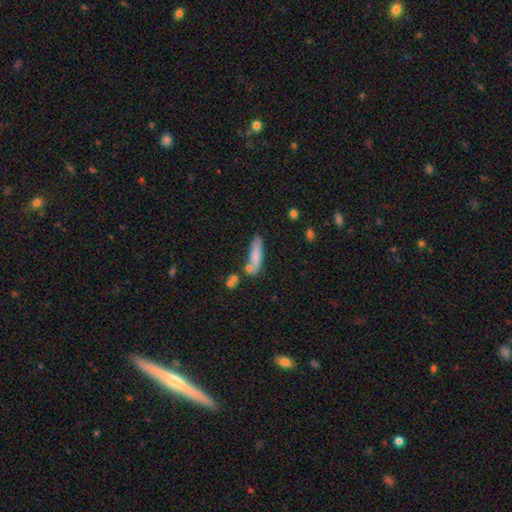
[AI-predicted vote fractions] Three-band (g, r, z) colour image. It shows a smooth galaxy with no disk features (77%) that is cigar-shaped (69%). Merging: none (63%).